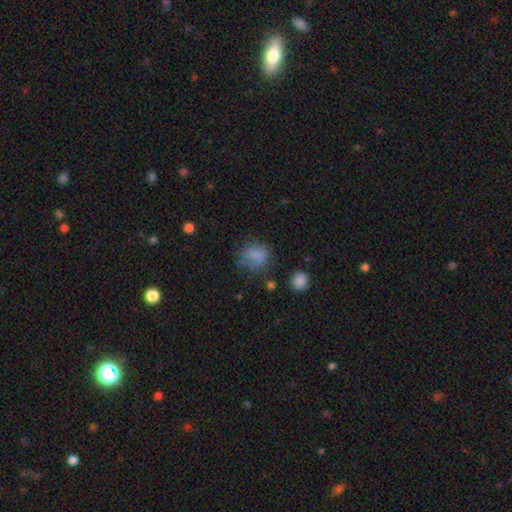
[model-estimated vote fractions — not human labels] Overall: smooth (76%). How rounded: round (64%; in between 35%). Merging: none (55%; minor disturbance 25%).